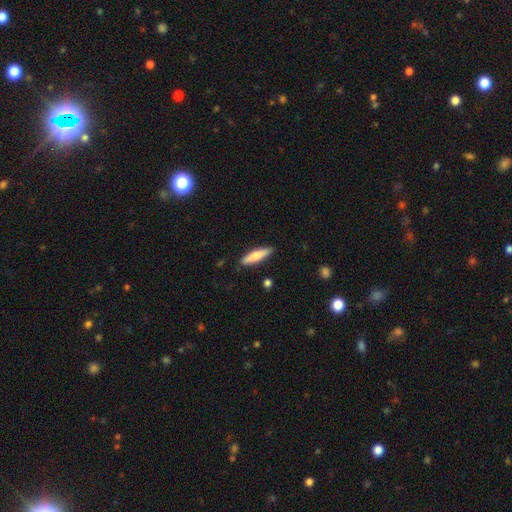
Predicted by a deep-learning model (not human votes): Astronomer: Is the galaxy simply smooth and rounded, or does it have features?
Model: smooth — 71%.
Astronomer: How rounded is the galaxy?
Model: cigar-shaped — 77%.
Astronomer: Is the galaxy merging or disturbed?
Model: none — 87%.